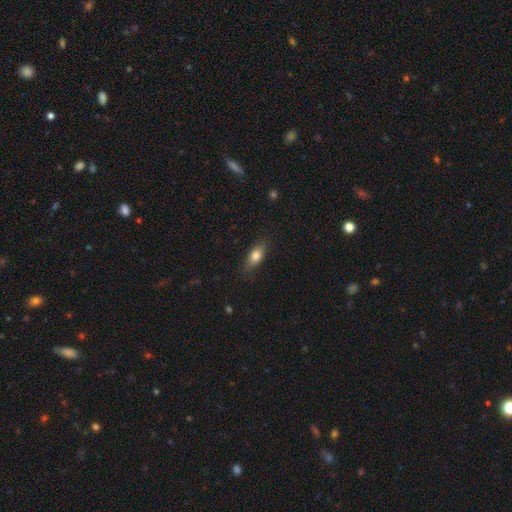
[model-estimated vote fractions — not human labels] A smooth galaxy with no disk features (78%) that is in between round and cigar-shaped (81%). Merging: none (83%).